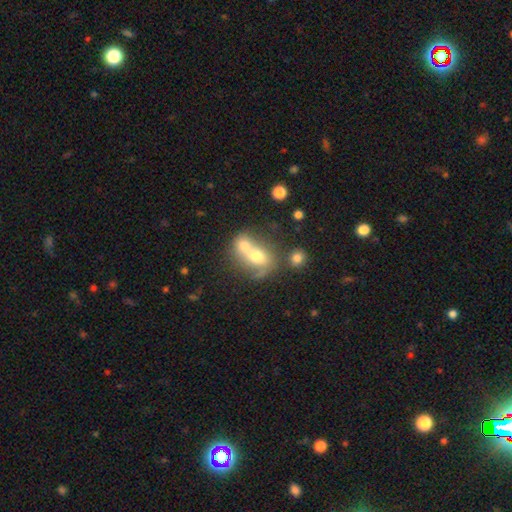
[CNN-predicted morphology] Overall: smooth (64%; featured or disk 25%). How rounded: in between (57%; round 40%). Merging: merger (70%).